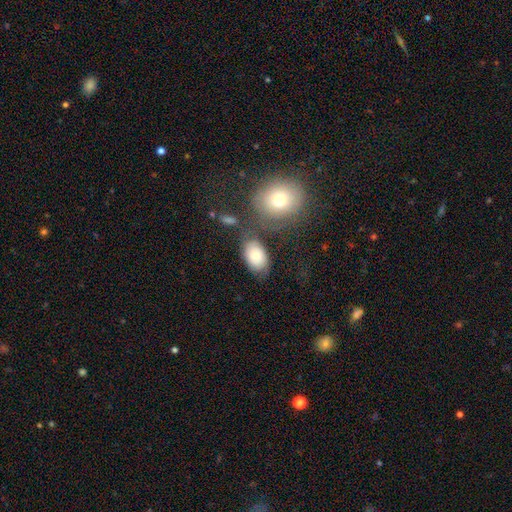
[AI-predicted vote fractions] smooth_or_featured: smooth (p=0.70) [alt: featured or disk p=0.21]
how_rounded: in between (p=0.85) [alt: round p=0.13]
merging: none (p=0.61) [alt: minor disturbance p=0.17]